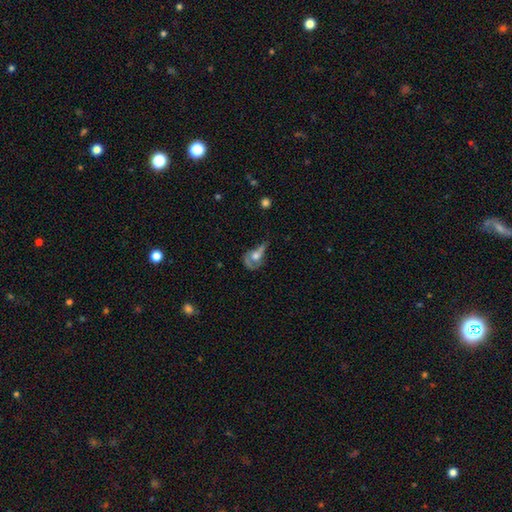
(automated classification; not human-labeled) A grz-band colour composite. It shows a featured or disk galaxy (49%). Merging: major disturbance (48%).